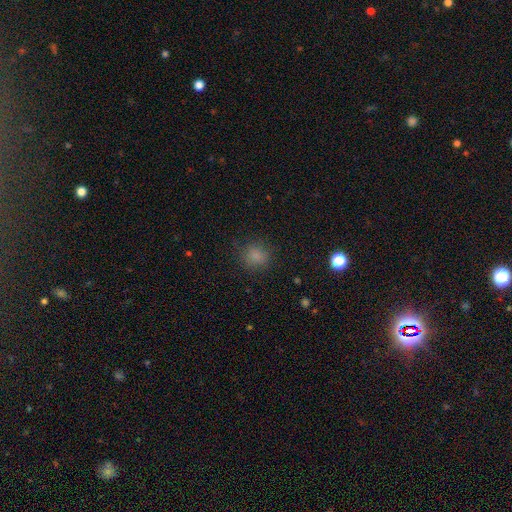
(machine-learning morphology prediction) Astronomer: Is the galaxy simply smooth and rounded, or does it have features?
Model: smooth — 82%.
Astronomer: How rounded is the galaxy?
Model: round — 86%.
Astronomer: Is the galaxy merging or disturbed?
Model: none — 84%.